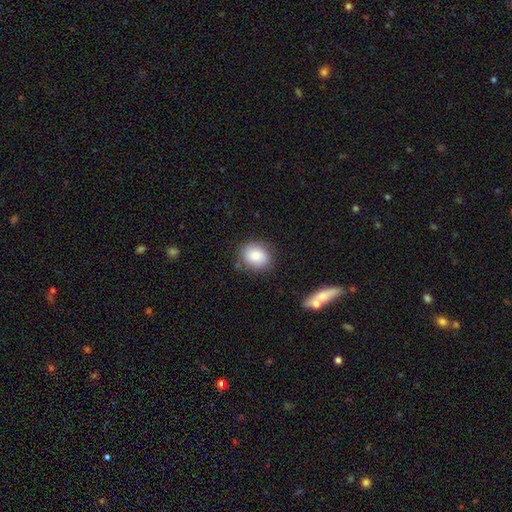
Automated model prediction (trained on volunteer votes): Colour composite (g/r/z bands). It shows a smooth galaxy with no disk features (84%) that is round (57%). Merging: none (80%).